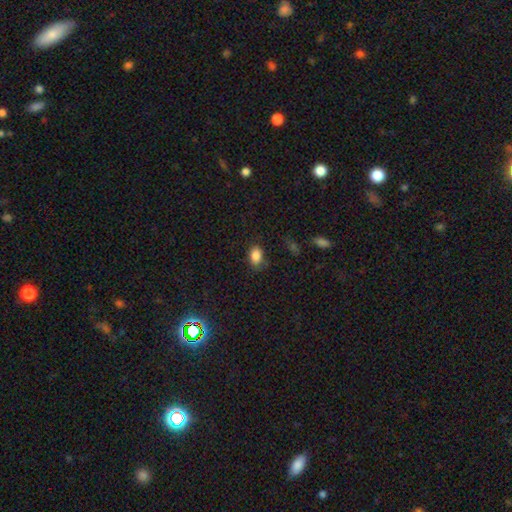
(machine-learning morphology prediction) A smooth galaxy with no disk features (86%) that is in between round and cigar-shaped (83%).

Vote fractions:
- Smooth or featured? smooth: 86% / star or artifact: 10% / featured or disk: 4%
- How rounded? in between: 83% / round: 15% / cigar-shaped: 1%
- Merging? none: 76% / minor disturbance: 18% / major disturbance: 5% / merger: 2%